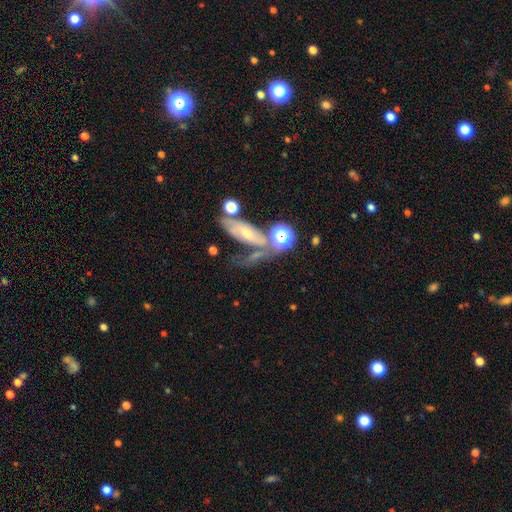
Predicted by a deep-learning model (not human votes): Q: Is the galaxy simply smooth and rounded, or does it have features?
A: featured or disk — 56%.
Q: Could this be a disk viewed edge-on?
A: no — 75%.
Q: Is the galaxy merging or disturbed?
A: none — 35%.